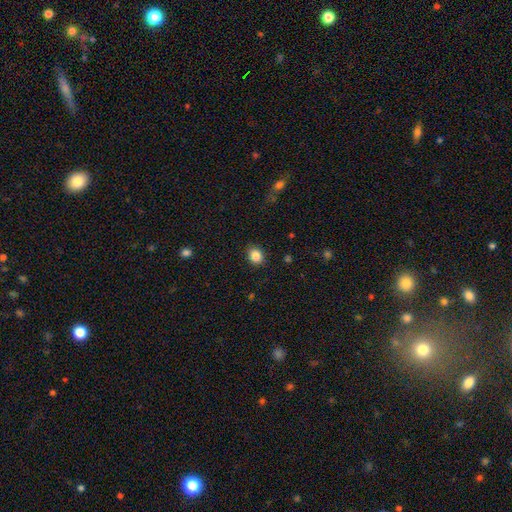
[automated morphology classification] Smooth or featured: smooth — 86% (star or artifact — 10%)
How rounded: round — 65% (in between — 34%)
Merging: none — 89% (minor disturbance — 8%)